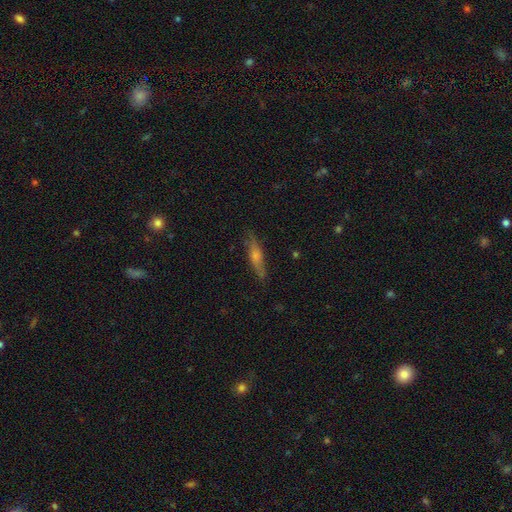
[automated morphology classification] The model was most divided on "smooth or featured": smooth: 47%, featured or disk: 45%, star or artifact: 8%. More confident: merging — none (81%).